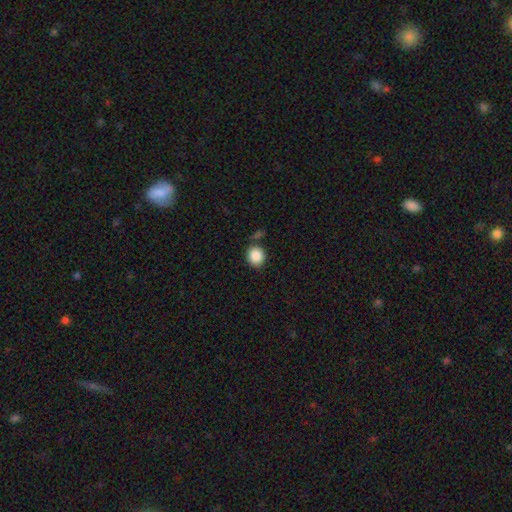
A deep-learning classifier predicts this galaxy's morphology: Smooth or featured? Predicted: smooth (p=0.88). How rounded? Predicted: round (p=0.76). Merging? Predicted: none (p=0.75).